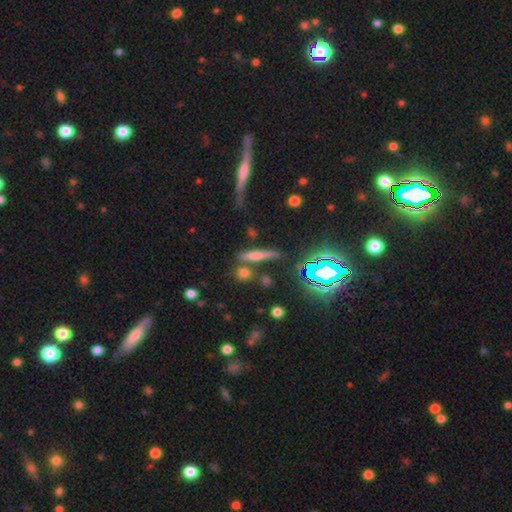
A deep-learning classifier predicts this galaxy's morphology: The model was most divided on "smooth or featured": smooth: 47%, featured or disk: 31%, star or artifact: 22%. More confident: merging — none (71%).